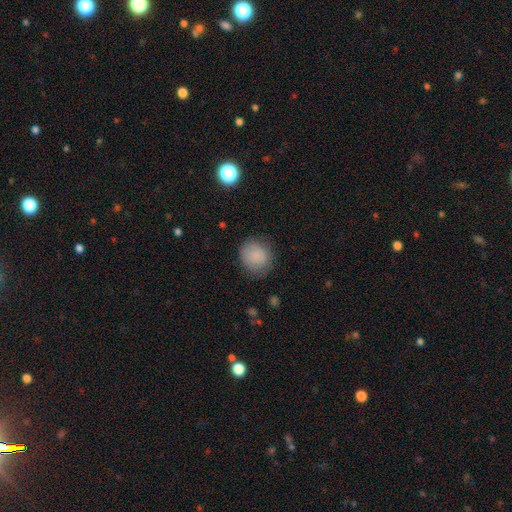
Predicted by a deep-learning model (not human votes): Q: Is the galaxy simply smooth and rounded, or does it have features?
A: smooth — 86%.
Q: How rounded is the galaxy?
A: round — 83%.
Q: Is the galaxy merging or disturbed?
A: none — 80%.